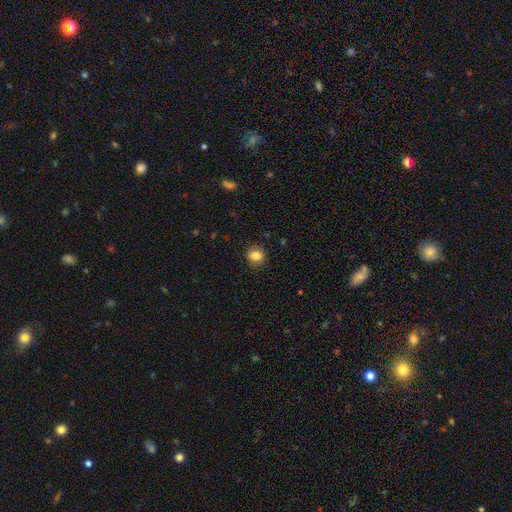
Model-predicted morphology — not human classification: Smooth or featured? smooth (83%)
How rounded? round (76%)
Merging? none (87%)